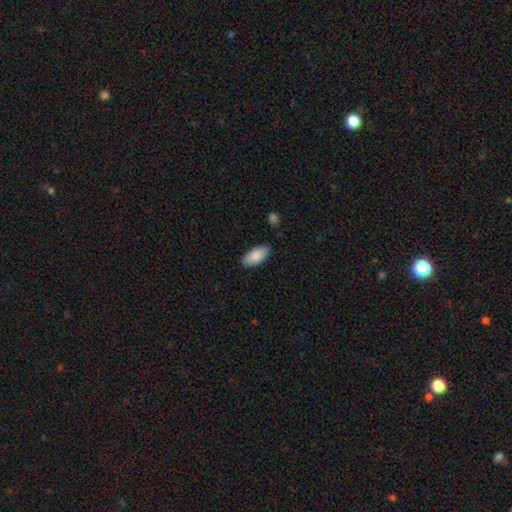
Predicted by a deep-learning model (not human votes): Smooth or featured?
  - smooth: 88% *
  - featured or disk: 6%
  - star or artifact: 6%
How rounded?
  - in between: 92% *
  - cigar-shaped: 6%
  - round: 2%
Merging?
  - none: 84% *
  - minor disturbance: 12%
  - major disturbance: 2%
  - merger: 2%